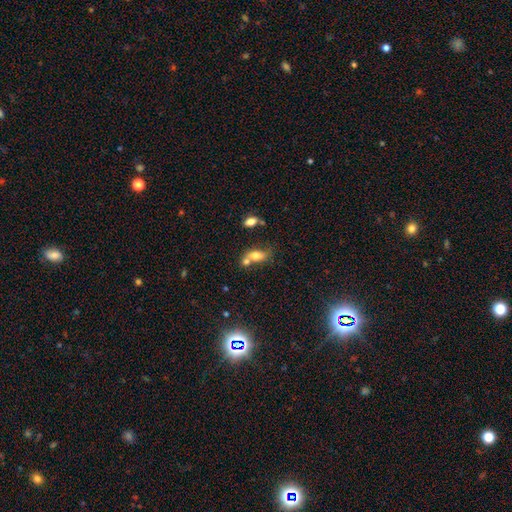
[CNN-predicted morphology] This is likely a smooth galaxy (70%). How rounded: likely in between (77%). Merging: possibly merger (47%).